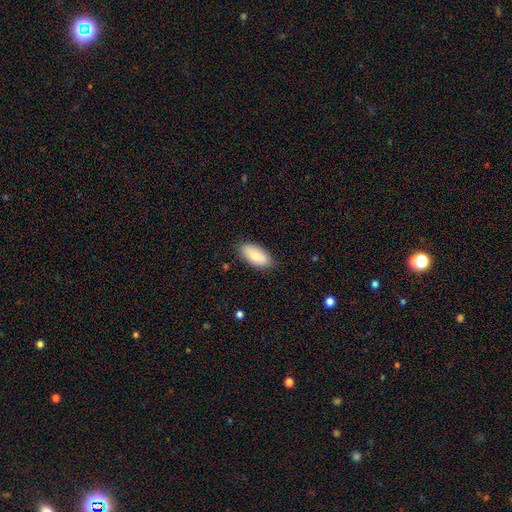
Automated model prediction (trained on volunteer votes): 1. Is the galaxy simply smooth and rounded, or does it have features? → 83% smooth, 11% featured or disk, 6% star or artifact.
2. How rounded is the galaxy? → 92% in between, 6% cigar-shaped, 2% round.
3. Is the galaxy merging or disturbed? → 84% none, 12% minor disturbance, 2% major disturbance, 1% merger.